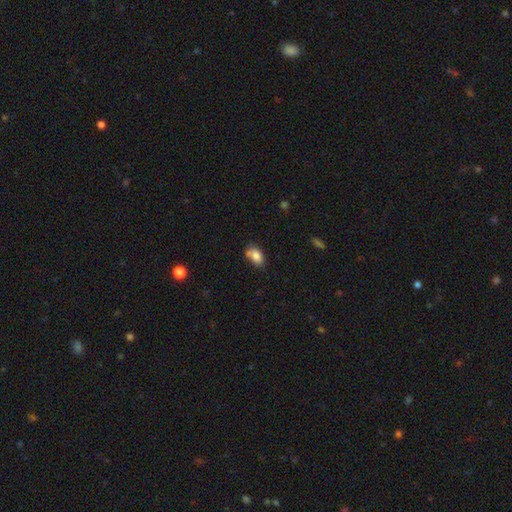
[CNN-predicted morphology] Overall: smooth (81%). How rounded: in between (85%). Merging: none (52%; minor disturbance 27%).